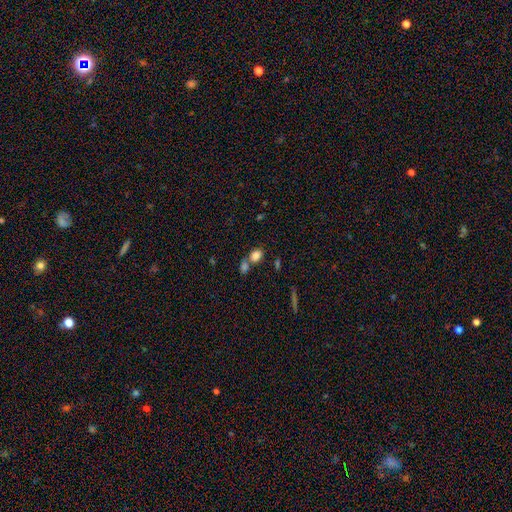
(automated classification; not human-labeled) A smooth galaxy with no disk features (82%) that is in between round and cigar-shaped (65%).

Vote fractions:
- Smooth or featured? smooth: 82% / star or artifact: 11% / featured or disk: 8%
- How rounded? in between: 65% / round: 33% / cigar-shaped: 2%
- Merging? merger: 44% / none: 43% / minor disturbance: 9% / major disturbance: 4%